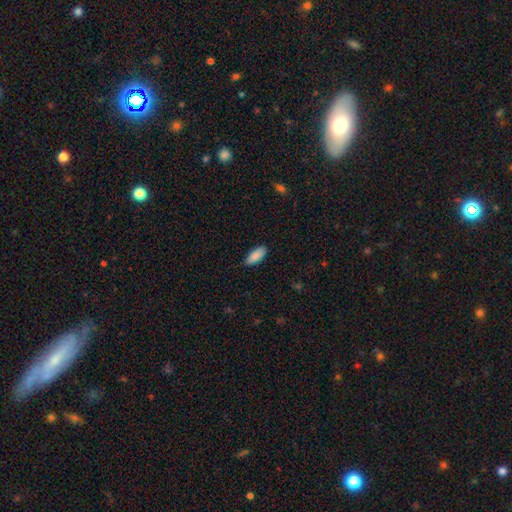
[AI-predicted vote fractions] Morphology: type=smooth (89%); roundness=in between (80%); merging=none (83%).